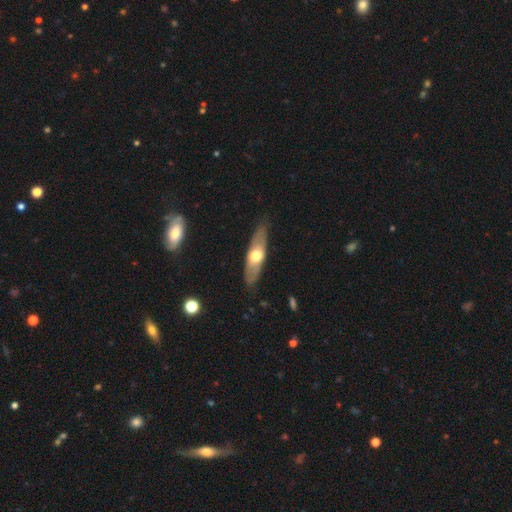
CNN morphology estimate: A featured or disk galaxy (48%).

Vote fractions:
- Smooth or featured? featured or disk: 48% / smooth: 47% / star or artifact: 5%
- Merging? none: 83% / minor disturbance: 13% / major disturbance: 3% / merger: 1%